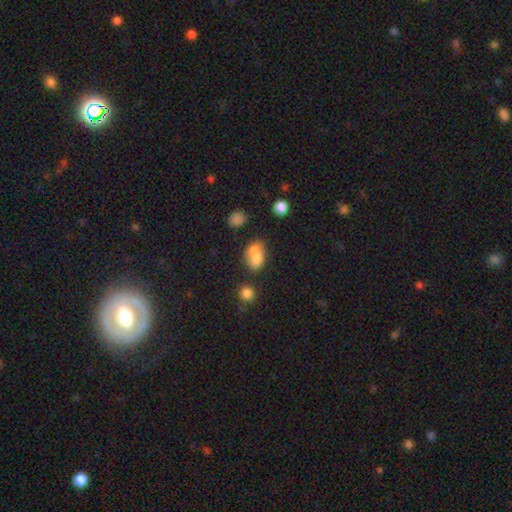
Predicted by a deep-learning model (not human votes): This appears to be a smooth galaxy with no disk features (74%) that is in between round and cigar-shaped (66%). Merging: merger (54%).